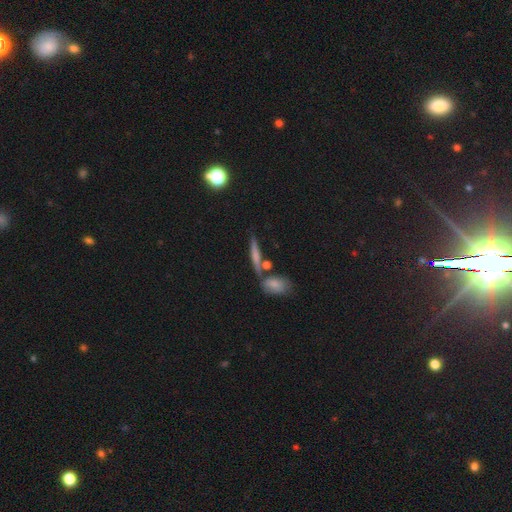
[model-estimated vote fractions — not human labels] Smooth or featured? smooth (37%)
Merging? none (54%)